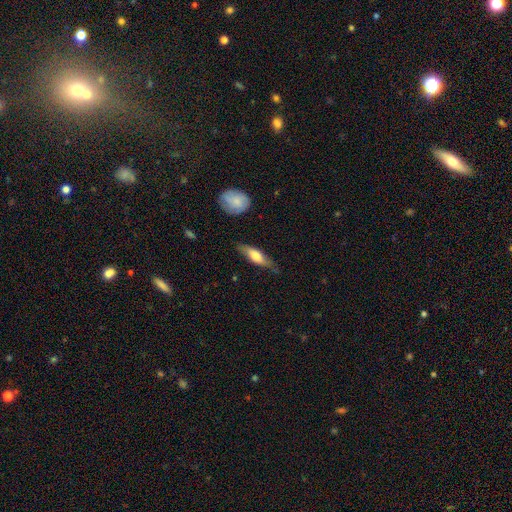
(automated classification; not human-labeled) A smooth galaxy with no disk features (60%) that is in between round and cigar-shaped (51%). Merging: none (67%).